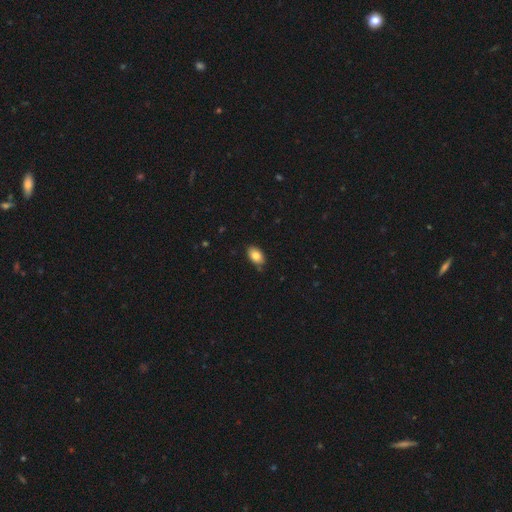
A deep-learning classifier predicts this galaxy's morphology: This appears to be a smooth galaxy with no disk features (84%) that is in between round and cigar-shaped (90%). Merging: none (82%).